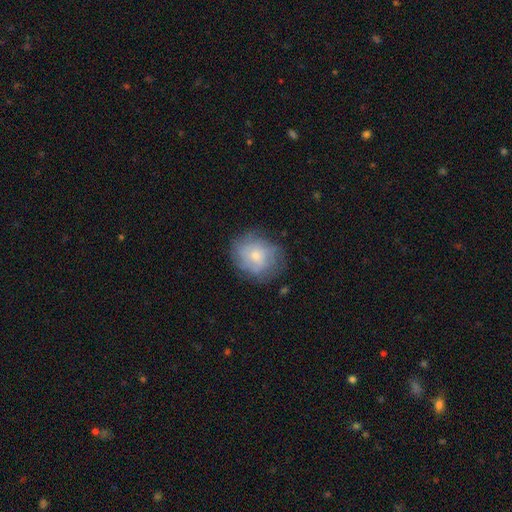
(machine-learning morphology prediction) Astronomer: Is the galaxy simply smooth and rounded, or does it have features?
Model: smooth — 51% (runner-up: featured or disk, 41%).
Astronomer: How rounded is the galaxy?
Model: round — 62% (runner-up: in between, 37%).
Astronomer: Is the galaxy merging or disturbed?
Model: none — 69%.